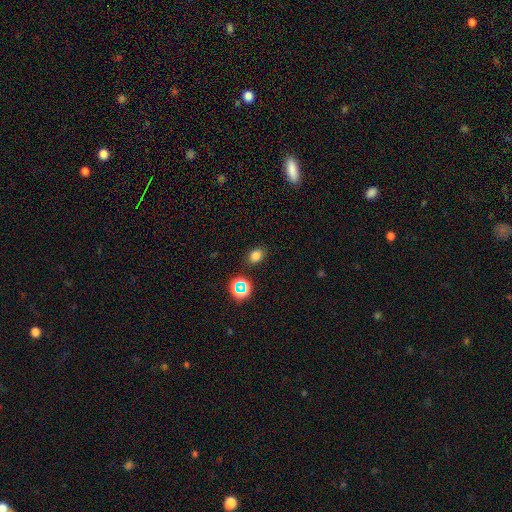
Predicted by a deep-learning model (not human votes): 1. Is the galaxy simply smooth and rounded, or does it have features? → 76% smooth, 18% star or artifact, 6% featured or disk.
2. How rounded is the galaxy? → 57% in between, 42% round, 1% cigar-shaped.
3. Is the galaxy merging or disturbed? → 84% none, 10% minor disturbance, 3% major disturbance, 2% merger.